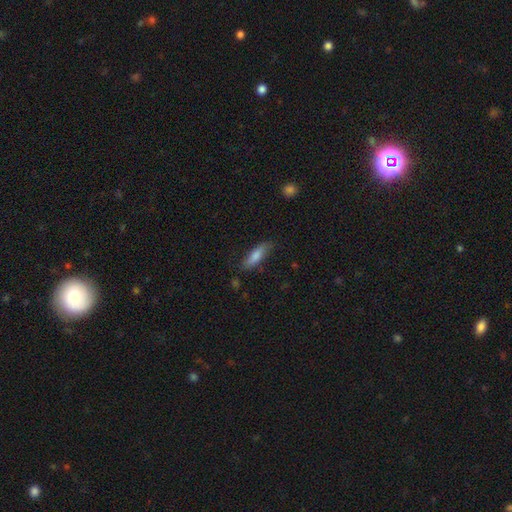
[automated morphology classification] smooth-or-featured: smooth: 74% | featured or disk: 19% | star or artifact: 7%
  how-rounded: cigar-shaped: 56% | in between: 42% | round: 2%
  merging: none: 75% | minor disturbance: 19% | major disturbance: 4% | merger: 2%